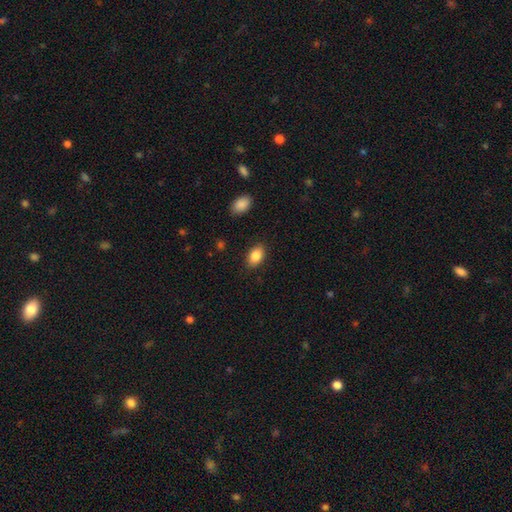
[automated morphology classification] Smooth or featured?
  - smooth: 86% *
  - star or artifact: 8%
  - featured or disk: 7%
How rounded?
  - in between: 89% *
  - round: 9%
  - cigar-shaped: 1%
Merging?
  - none: 86% *
  - minor disturbance: 10%
  - major disturbance: 3%
  - merger: 1%